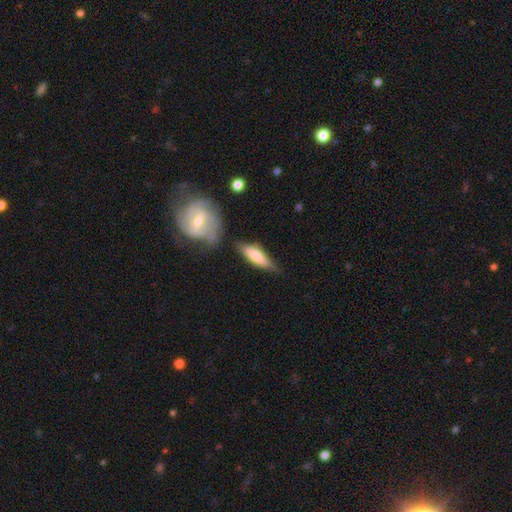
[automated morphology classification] Smooth or featured?
  - smooth: 67% *
  - featured or disk: 27%
  - star or artifact: 6%
How rounded?
  - cigar-shaped: 57% *
  - in between: 41%
  - round: 2%
Merging?
  - none: 60% *
  - minor disturbance: 24%
  - merger: 8%
  - major disturbance: 7%